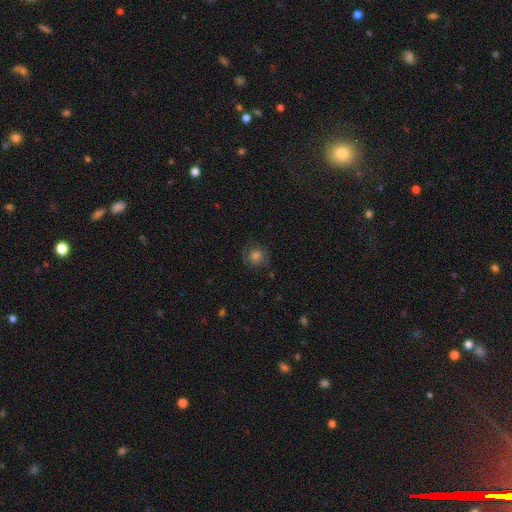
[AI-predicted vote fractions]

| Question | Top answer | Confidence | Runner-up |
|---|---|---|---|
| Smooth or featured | smooth | 64% | featured or disk (20%) |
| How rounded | round | 88% | in between (11%) |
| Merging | none | 77% | minor disturbance (15%) |